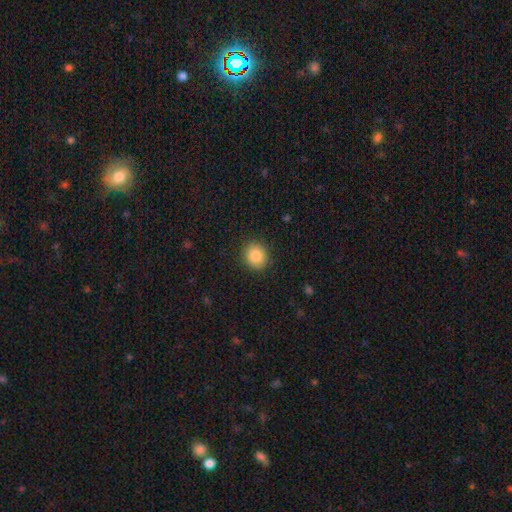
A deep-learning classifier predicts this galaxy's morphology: Smooth or featured: smooth — 85% (star or artifact — 9%)
How rounded: round — 83% (in between — 17%)
Merging: none — 90% (minor disturbance — 7%)